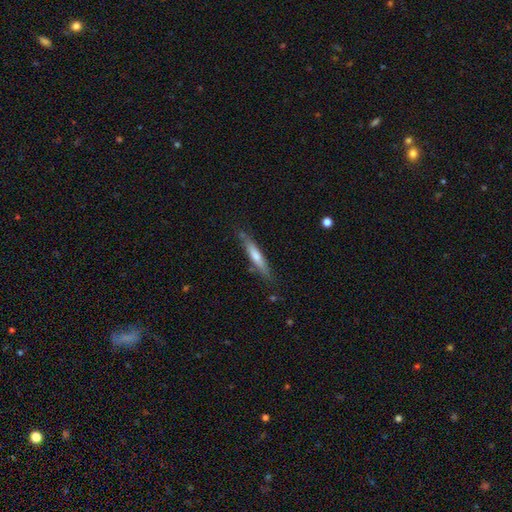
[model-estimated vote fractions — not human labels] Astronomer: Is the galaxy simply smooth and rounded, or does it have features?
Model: featured or disk — 48% (runner-up: smooth, 46%).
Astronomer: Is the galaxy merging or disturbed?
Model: none — 81%.